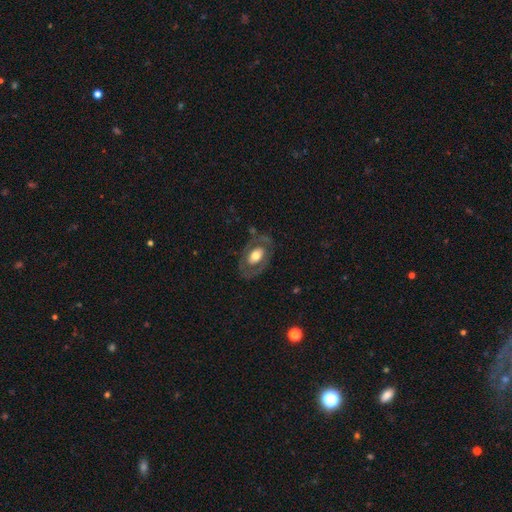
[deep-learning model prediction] A featured or disk galaxy (53%). Merging: none (70%).